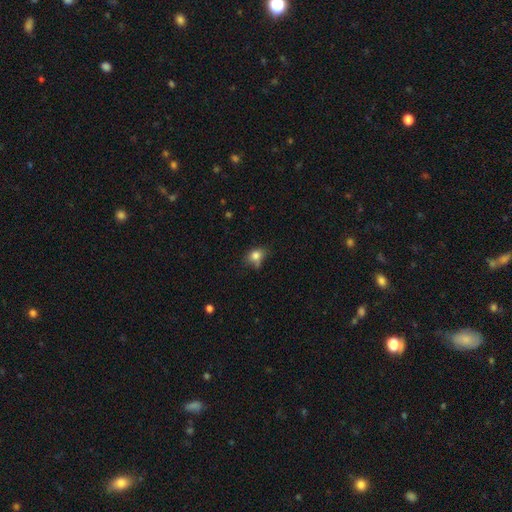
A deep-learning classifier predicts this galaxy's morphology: The model was most divided on "how rounded": in between: 53%, round: 46%, cigar-shaped: 1%. More confident: smooth or featured — smooth (80%); merging — none (53%).